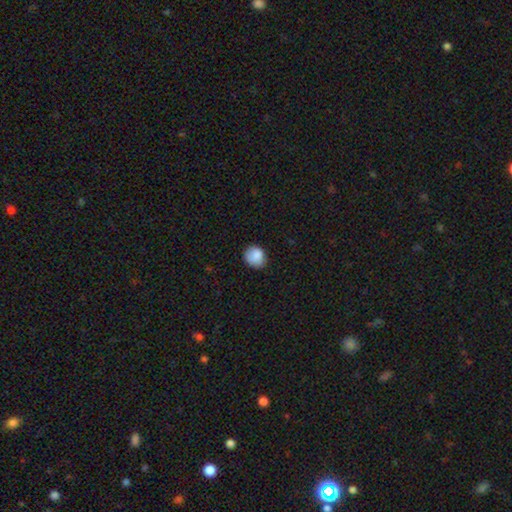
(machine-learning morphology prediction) Smooth or featured: smooth — 86% (star or artifact — 8%)
How rounded: round — 74% (in between — 25%)
Merging: none — 73% (minor disturbance — 22%)